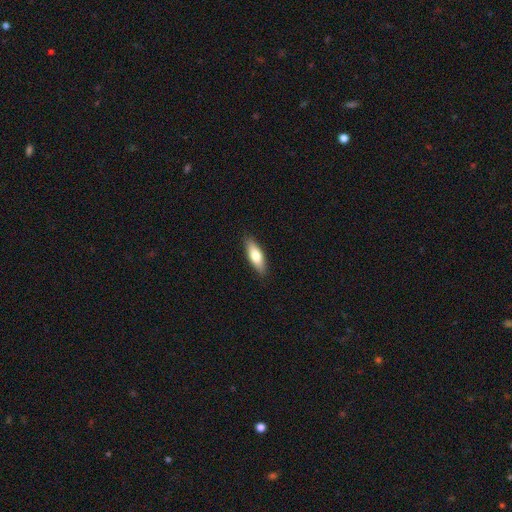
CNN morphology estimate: Smooth or featured? smooth (70%)
How rounded? in between (58%)
Merging? none (88%)